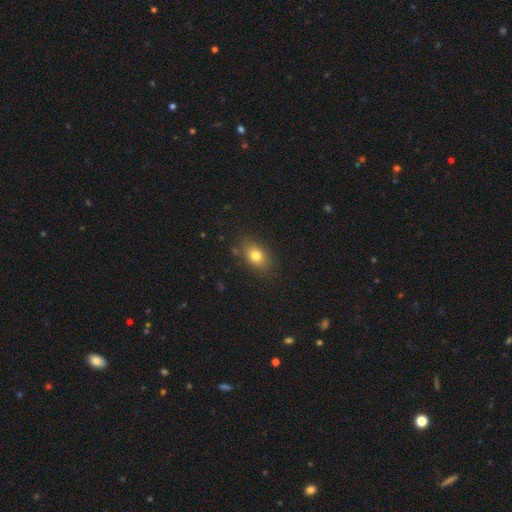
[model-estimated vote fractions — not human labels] Q: Smooth or featured?
A: smooth (79%); runner-up: featured or disk (11%)
Q: How rounded?
A: in between (74%); runner-up: round (24%)
Q: Merging?
A: none (83%); runner-up: minor disturbance (12%)